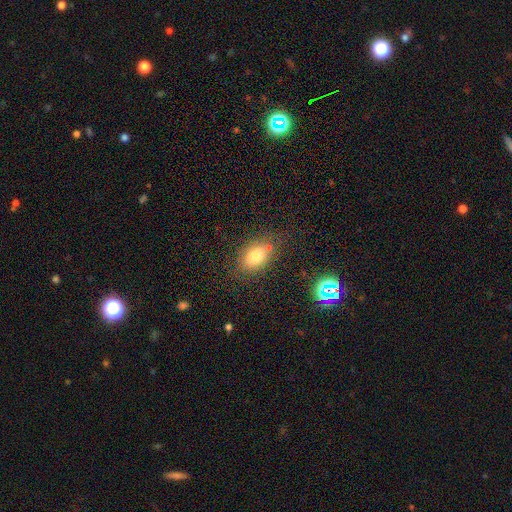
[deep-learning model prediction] This appears to be a smooth galaxy with no disk features (76%) that is in between round and cigar-shaped (83%). Merging: none (75%).